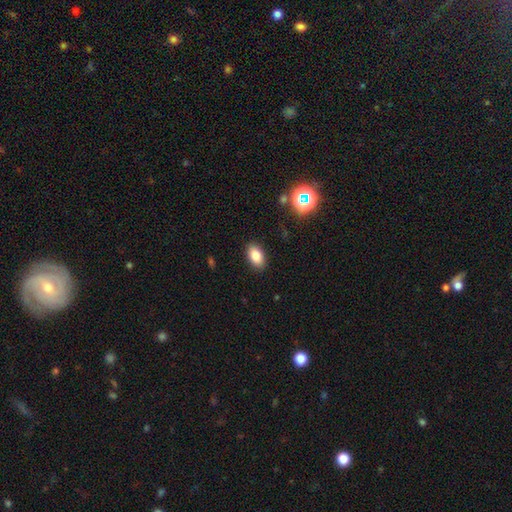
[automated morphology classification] smooth-or-featured: smooth: 81% | star or artifact: 10% | featured or disk: 9%
  how-rounded: in between: 92% | round: 6% | cigar-shaped: 2%
  merging: none: 89% | minor disturbance: 8% | major disturbance: 2% | merger: 1%